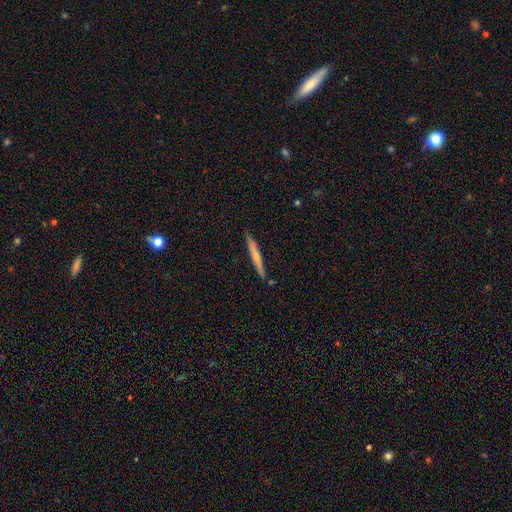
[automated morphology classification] A smooth galaxy with no disk features (51%) that is cigar-shaped (96%).

Vote fractions:
- Smooth or featured? smooth: 51% / featured or disk: 43% / star or artifact: 6%
- How rounded? cigar-shaped: 96% / in between: 2% / round: 1%
- Merging? none: 89% / minor disturbance: 8% / merger: 2% / major disturbance: 1%